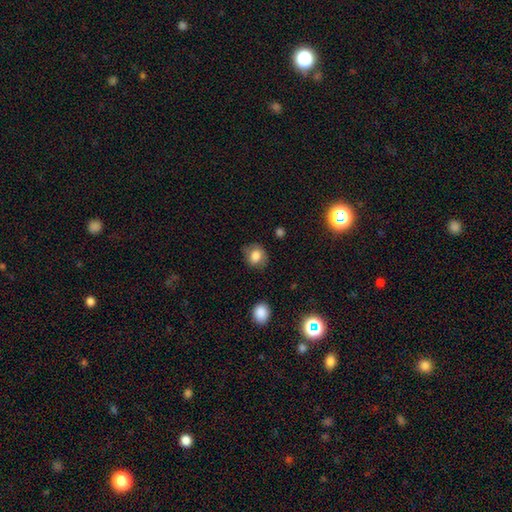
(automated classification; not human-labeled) Smooth or featured? Predicted: smooth (p=0.80). How rounded? Predicted: round (p=0.65). Merging? Predicted: none (p=0.76).